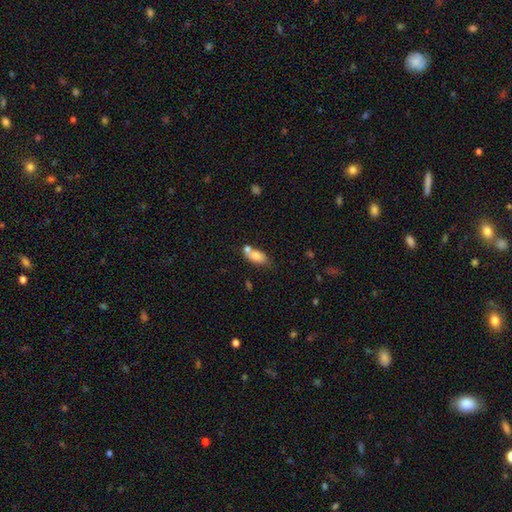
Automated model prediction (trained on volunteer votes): Q: Smooth or featured?
A: smooth (78%); runner-up: featured or disk (14%)
Q: How rounded?
A: in between (84%); runner-up: cigar-shaped (10%)
Q: Merging?
A: none (41%); runner-up: merger (37%)